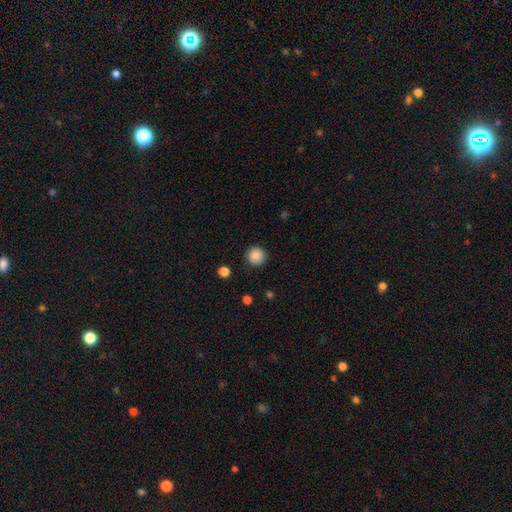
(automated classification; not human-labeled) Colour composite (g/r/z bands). It shows a smooth galaxy with no disk features (88%) that is round (94%). Merging: none (89%).